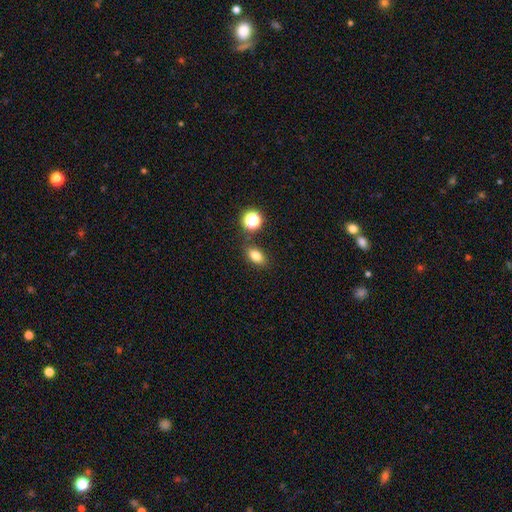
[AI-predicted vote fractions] The model was most divided on "how rounded": in between: 81%, round: 16%, cigar-shaped: 3%. More confident: merging — none (81%); smooth or featured — smooth (79%).